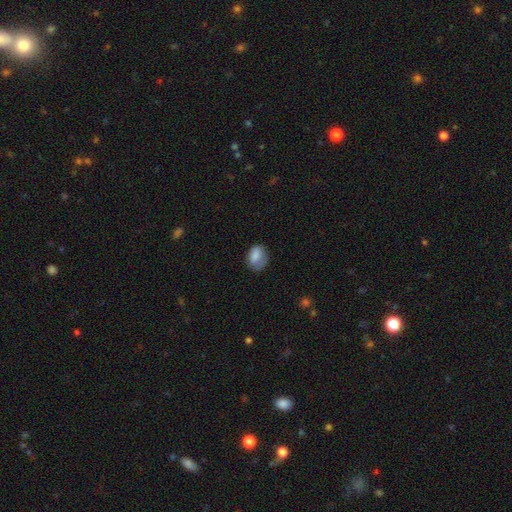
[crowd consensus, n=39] Morphology: type=smooth (82%); roundness=in between (56%); merging=none (50%).